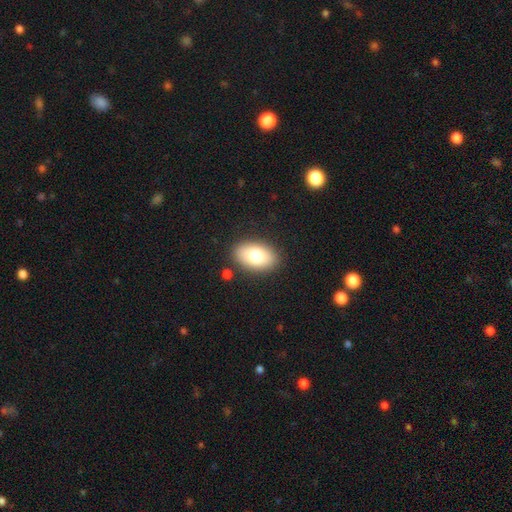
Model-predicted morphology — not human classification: This is likely a smooth galaxy (77%). How rounded: clearly in between (91%). Merging: clearly none (86%).